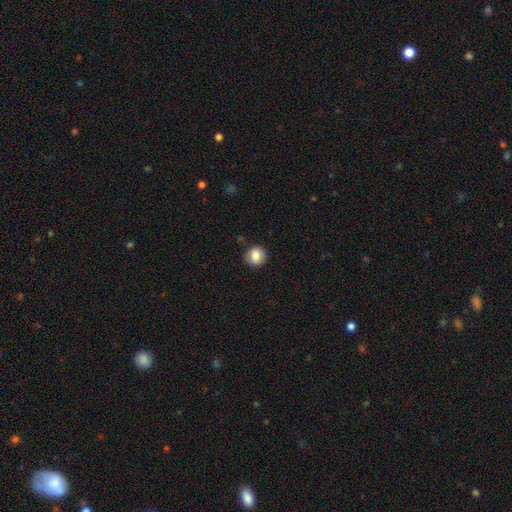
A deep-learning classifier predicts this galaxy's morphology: Smooth or featured: smooth — 83% (star or artifact — 9%)
How rounded: round — 83% (in between — 16%)
Merging: none — 87% (minor disturbance — 9%)